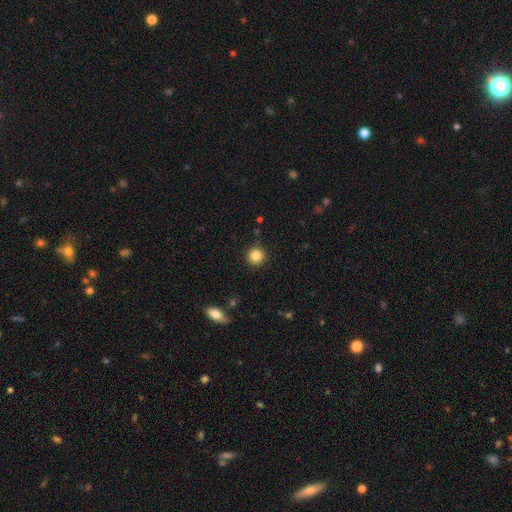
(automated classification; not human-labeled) This is clearly a smooth galaxy (84%). How rounded: clearly round (94%). Merging: clearly none (89%).